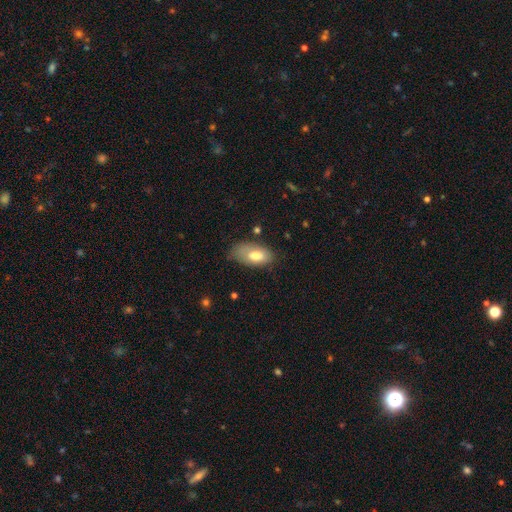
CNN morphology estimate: Q: Smooth or featured?
A: smooth (74%); runner-up: featured or disk (19%)
Q: How rounded?
A: in between (92%); runner-up: cigar-shaped (4%)
Q: Merging?
A: none (57%); runner-up: minor disturbance (31%)